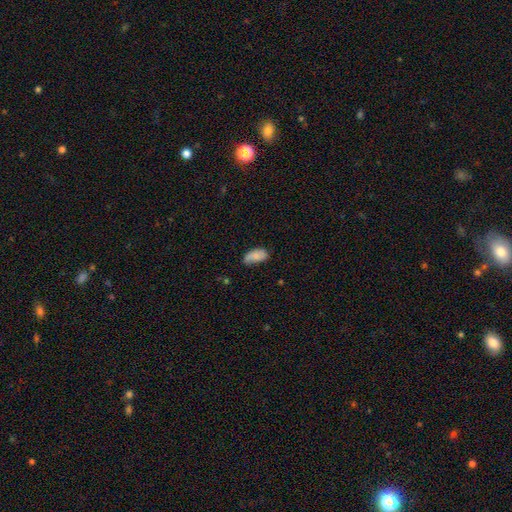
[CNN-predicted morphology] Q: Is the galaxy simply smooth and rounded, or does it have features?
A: smooth — 77%.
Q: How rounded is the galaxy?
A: in between — 93%.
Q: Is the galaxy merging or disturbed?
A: none — 57%.